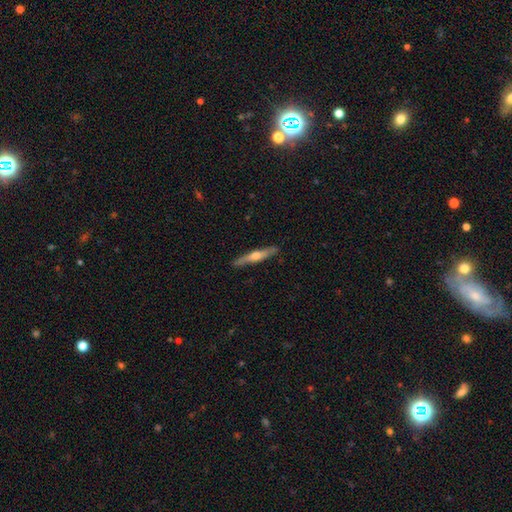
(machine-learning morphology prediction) featured or disk 66%, smooth 29%, star or artifact 6%. Down the decision tree: edge-on disk — yes (96%); edge-on bulge — rounded (87%); merging — none (89%).